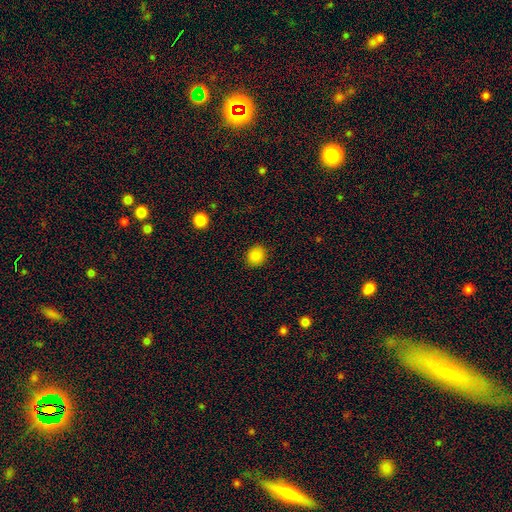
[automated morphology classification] Smooth or featured? smooth (86%)
How rounded? round (76%)
Merging? none (90%)